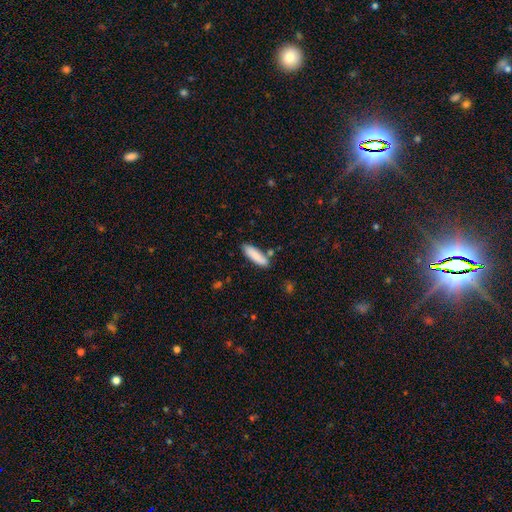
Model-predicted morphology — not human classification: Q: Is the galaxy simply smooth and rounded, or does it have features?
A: smooth — 85%.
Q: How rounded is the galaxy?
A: cigar-shaped — 56%.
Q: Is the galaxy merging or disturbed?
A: none — 79%.